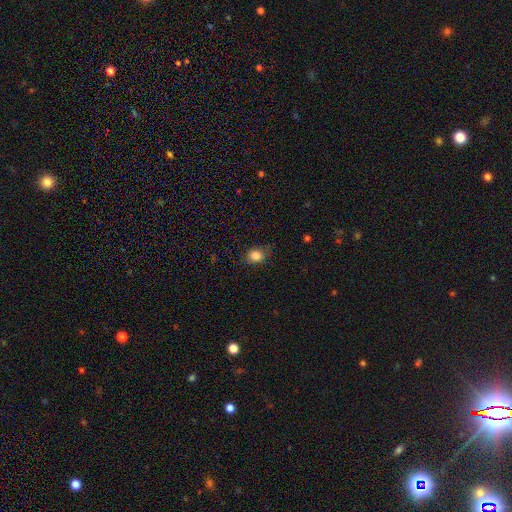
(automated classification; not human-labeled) smooth-or-featured: smooth: 82% | star or artifact: 12% | featured or disk: 6%
  how-rounded: round: 66% | in between: 33% | cigar-shaped: 1%
  merging: none: 77% | minor disturbance: 18% | major disturbance: 4% | merger: 1%